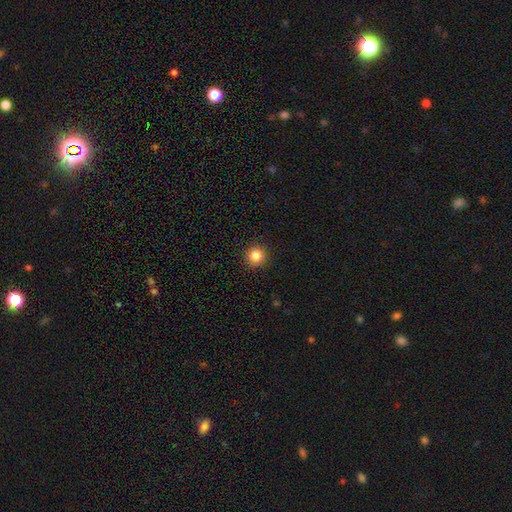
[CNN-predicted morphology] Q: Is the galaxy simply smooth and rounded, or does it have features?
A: smooth — 84%.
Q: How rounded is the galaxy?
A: round — 95%.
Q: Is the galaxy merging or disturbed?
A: none — 93%.